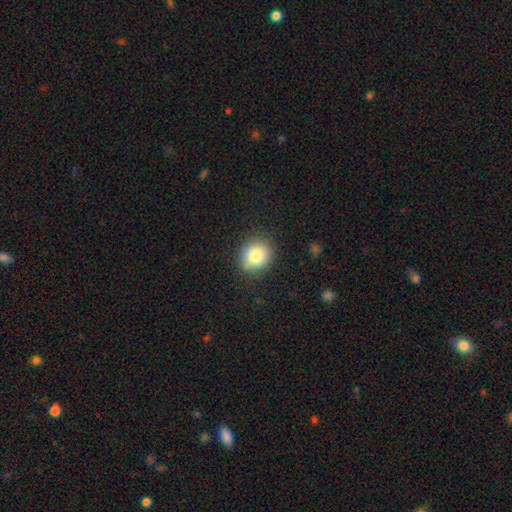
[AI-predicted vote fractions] Smooth or featured: smooth — 83% (star or artifact — 10%)
How rounded: round — 78% (in between — 21%)
Merging: none — 84% (minor disturbance — 11%)